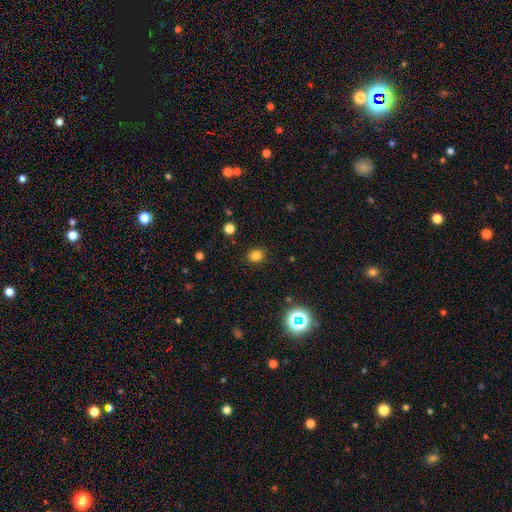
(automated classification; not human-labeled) Morphology: type=smooth (81%); roundness=round (71%); merging=none (88%).